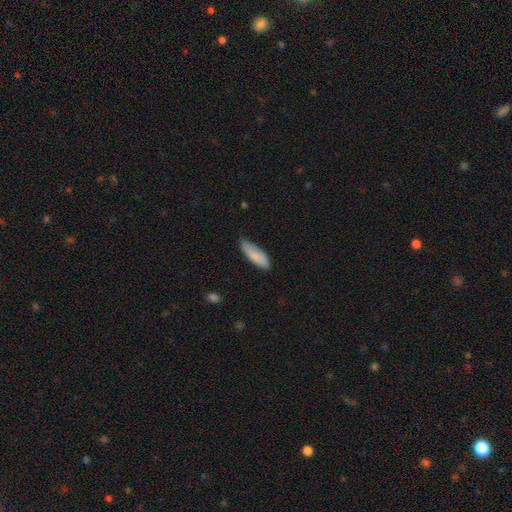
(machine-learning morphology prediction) Smooth or featured? Predicted: smooth (p=0.85). How rounded? Predicted: in between (p=0.58). Merging? Predicted: none (p=0.70).